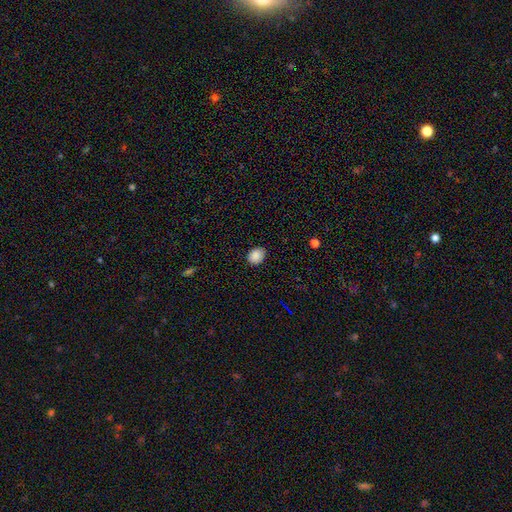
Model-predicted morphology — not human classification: This appears to be a smooth galaxy with no disk features (88%) that is in between round and cigar-shaped (54%). Merging: none (85%).